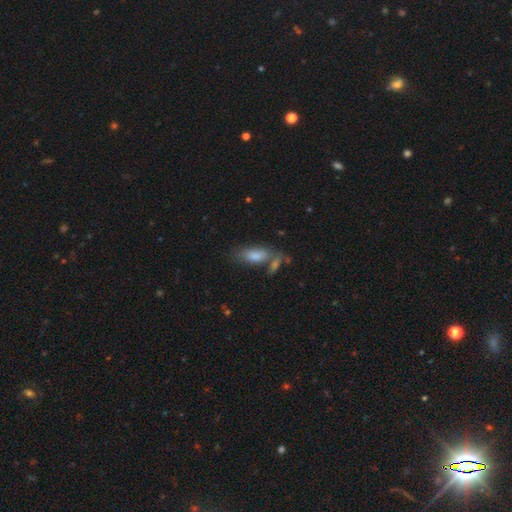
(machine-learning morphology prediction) type=smooth (81%); roundness=in between (79%); merging=none (56%).